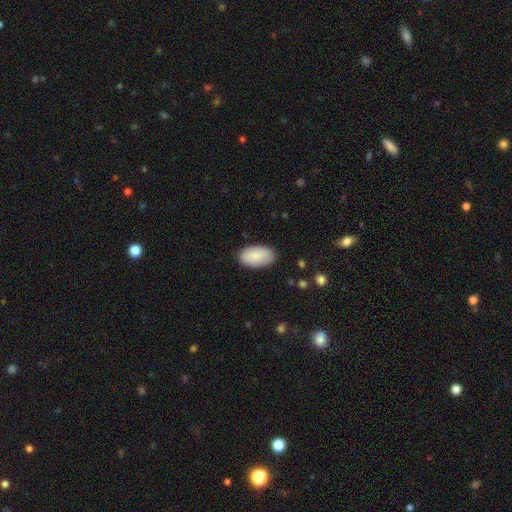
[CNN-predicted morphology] Smooth or featured: smooth — 87% (featured or disk — 8%)
How rounded: in between — 95% (round — 3%)
Merging: none — 86% (minor disturbance — 11%)